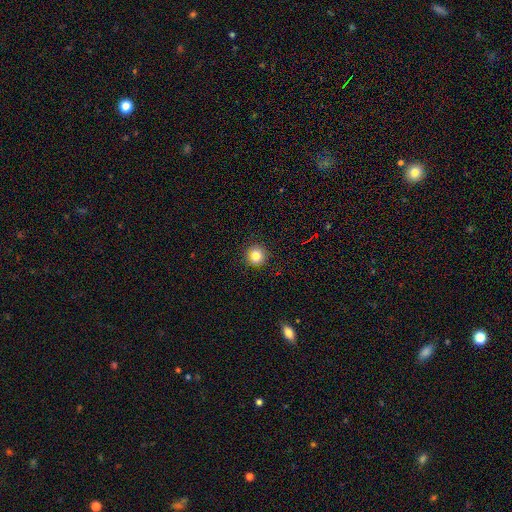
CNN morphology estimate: Smooth or featured? Predicted: smooth (p=0.83). How rounded? Predicted: round (p=0.95). Merging? Predicted: none (p=0.92).